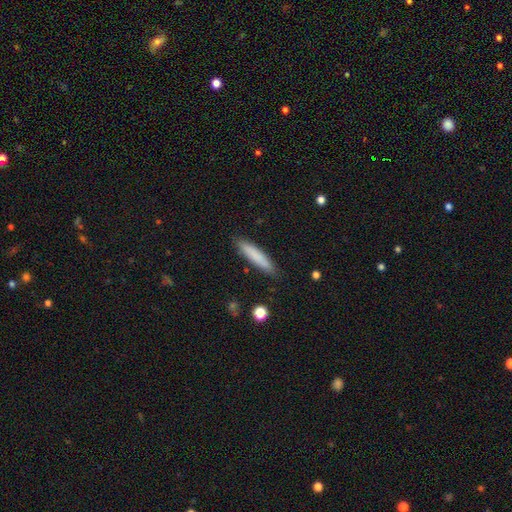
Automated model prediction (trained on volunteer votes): A smooth galaxy with no disk features (80%) that is cigar-shaped (87%). Merging: none (86%).